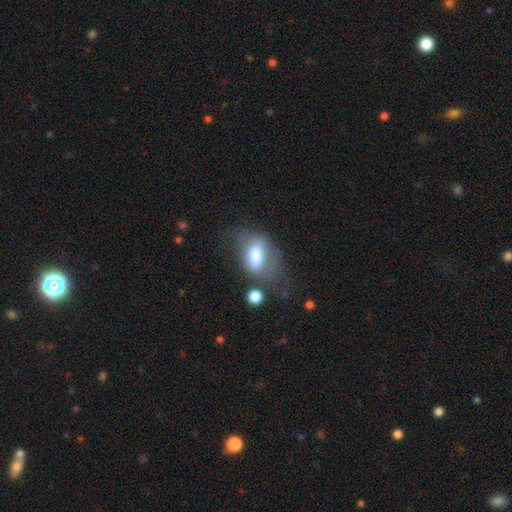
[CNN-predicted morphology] This is likely a smooth galaxy (67%). How rounded: clearly in between (84%). Merging: marginally none (39%).